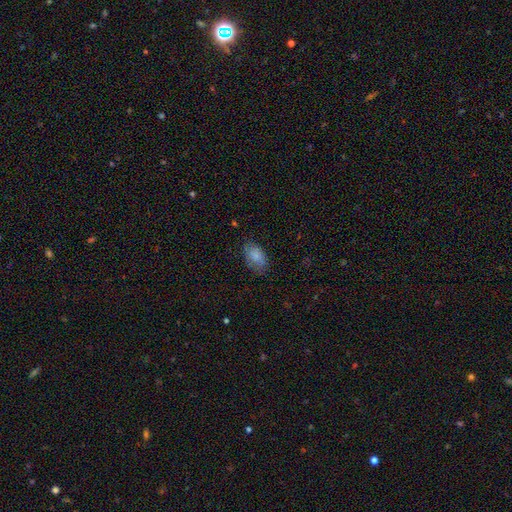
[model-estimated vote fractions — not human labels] Smooth or featured? smooth (84%)
How rounded? in between (93%)
Merging? none (76%)